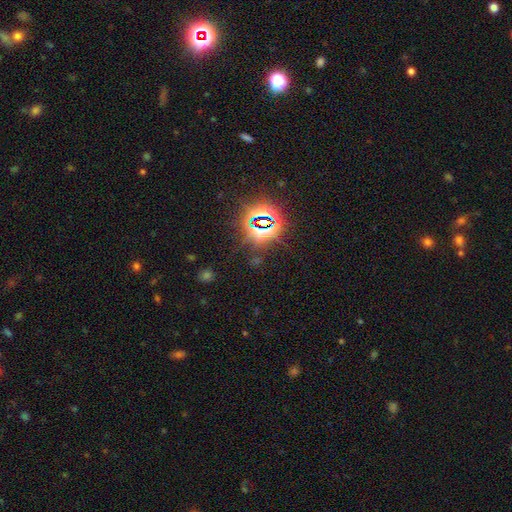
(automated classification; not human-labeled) A star or artifact, not a galaxy (81%).

Vote fractions:
- Smooth or featured? star or artifact: 81% / smooth: 12% / featured or disk: 7%